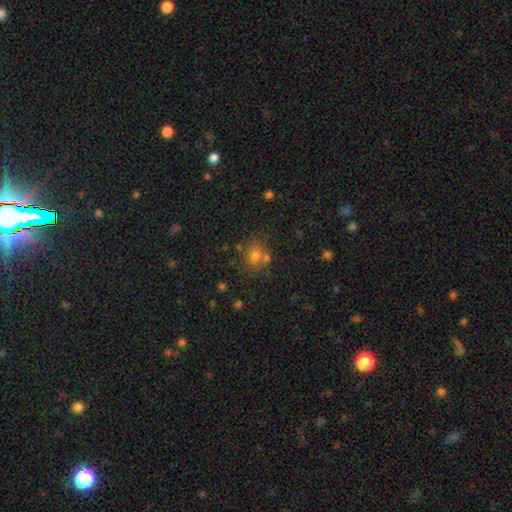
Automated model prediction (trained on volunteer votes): A smooth galaxy with no disk features (66%) that is round (72%). Merging: none (67%).